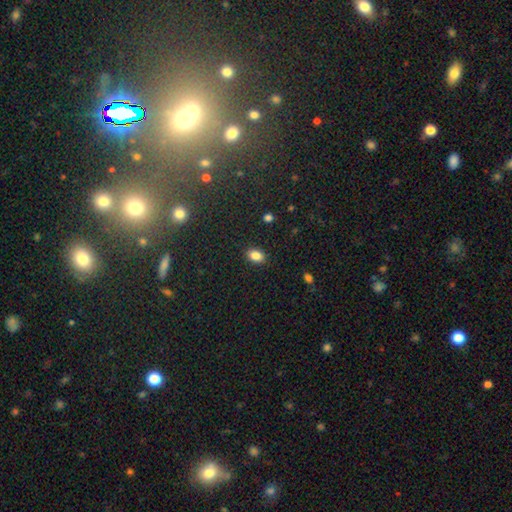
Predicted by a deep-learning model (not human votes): Smooth or featured?
  - smooth: 85% *
  - star or artifact: 10%
  - featured or disk: 5%
How rounded?
  - in between: 82% *
  - round: 16%
  - cigar-shaped: 2%
Merging?
  - none: 88% *
  - minor disturbance: 9%
  - major disturbance: 2%
  - merger: 1%